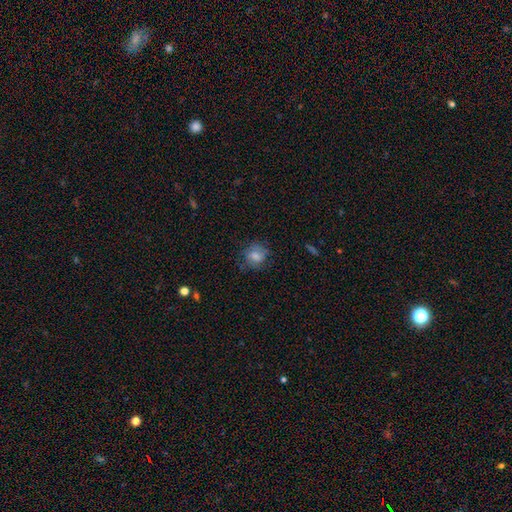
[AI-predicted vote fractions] Q: Smooth or featured?
A: smooth (73%); runner-up: featured or disk (17%)
Q: How rounded?
A: round (74%); runner-up: in between (25%)
Q: Merging?
A: none (68%); runner-up: minor disturbance (22%)